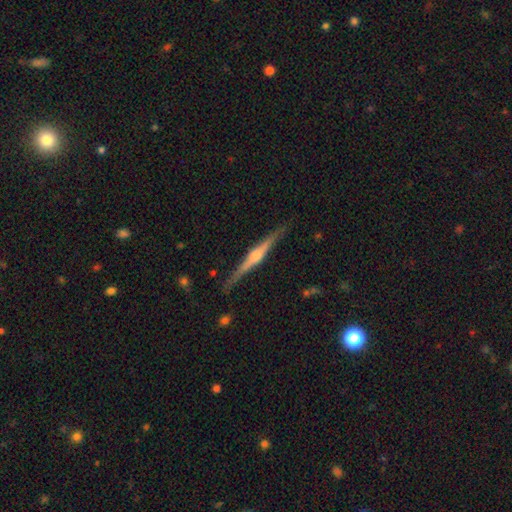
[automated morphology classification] Smooth or featured: featured or disk — 81% (smooth — 14%)
Edge-on disk: yes — 98% (no — 2%)
Edge-on bulge: rounded — 74% (boxy — 19%)
Merging: none — 89% (minor disturbance — 8%)